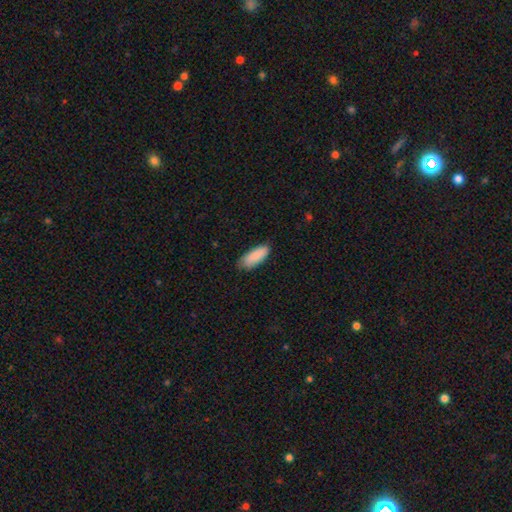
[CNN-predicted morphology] Q: Smooth or featured?
A: smooth (85%); runner-up: featured or disk (9%)
Q: How rounded?
A: in between (80%); runner-up: cigar-shaped (18%)
Q: Merging?
A: none (75%); runner-up: minor disturbance (21%)